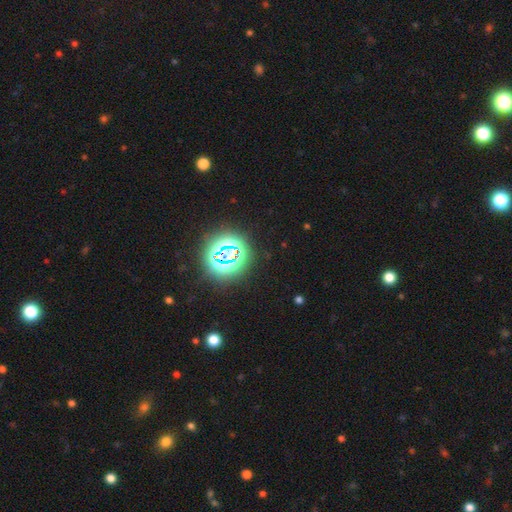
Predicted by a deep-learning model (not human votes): smooth_or_featured: star or artifact (p=0.73) [alt: smooth p=0.18]